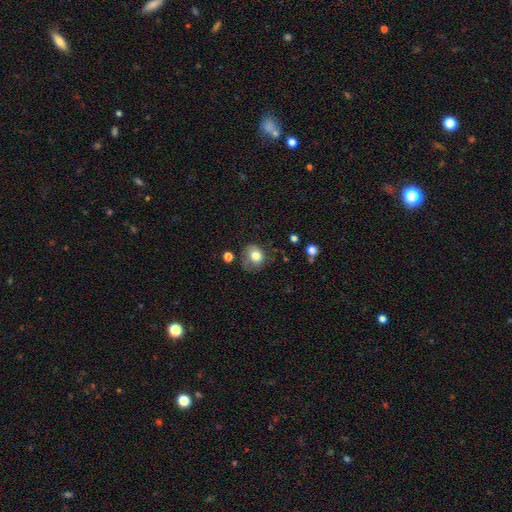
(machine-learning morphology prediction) type=smooth (78%); roundness=round (70%); merging=none (56%).